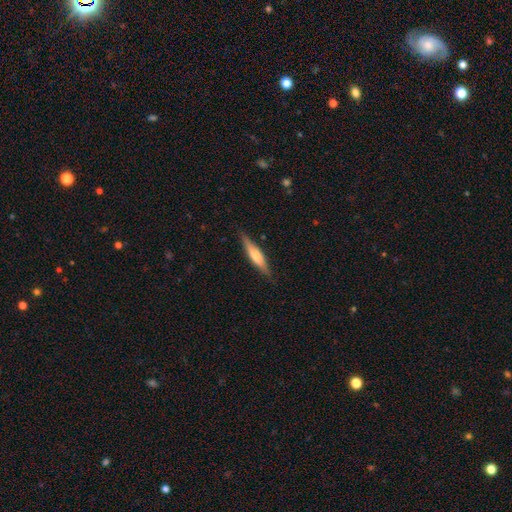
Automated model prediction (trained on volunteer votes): Smooth or featured? Predicted: smooth (p=0.51). How rounded? Predicted: cigar-shaped (p=0.80). Merging? Predicted: none (p=0.85).